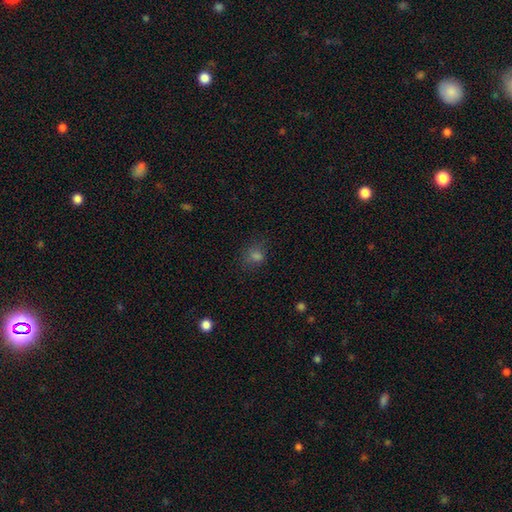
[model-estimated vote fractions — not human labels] A smooth galaxy with no disk features (71%) that is round (58%).

Vote fractions:
- Smooth or featured? smooth: 71% / star or artifact: 21% / featured or disk: 8%
- How rounded? round: 58% / in between: 41% / cigar-shaped: 1%
- Merging? none: 71% / minor disturbance: 18% / major disturbance: 8% / merger: 3%